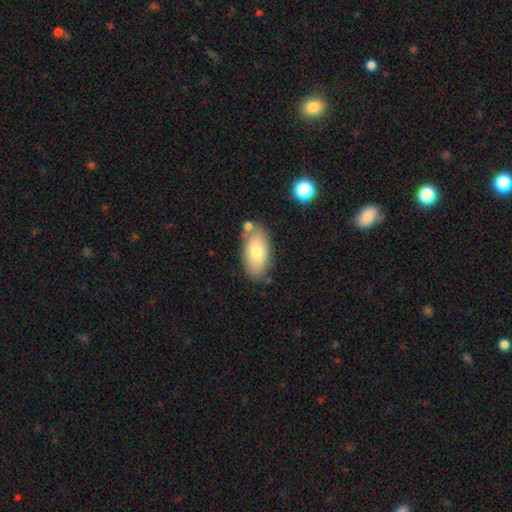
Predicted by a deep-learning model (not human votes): Smooth or featured? Predicted: smooth (p=0.75). How rounded? Predicted: in between (p=0.93). Merging? Predicted: none (p=0.71).